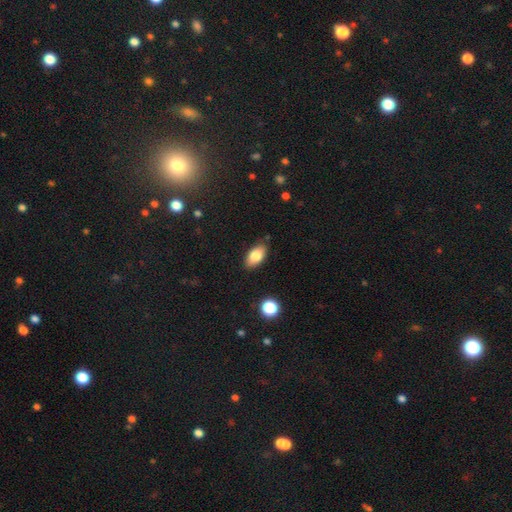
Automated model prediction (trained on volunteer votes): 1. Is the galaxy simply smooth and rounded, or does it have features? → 82% smooth, 11% featured or disk, 8% star or artifact.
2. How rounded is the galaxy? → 92% in between, 5% round, 3% cigar-shaped.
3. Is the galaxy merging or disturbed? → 83% none, 12% minor disturbance, 2% major disturbance, 2% merger.